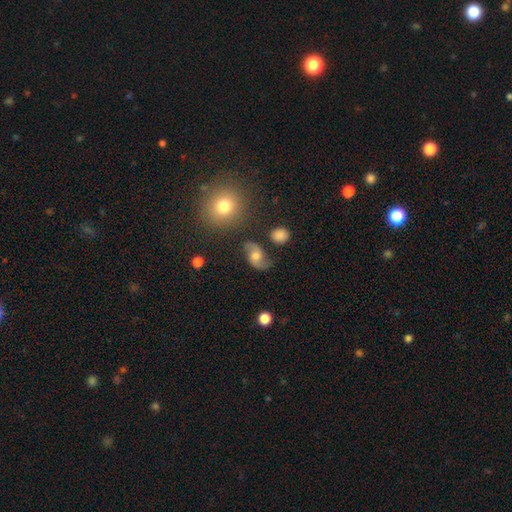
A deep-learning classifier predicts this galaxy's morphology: Overall: featured or disk (60%; smooth 30%). Edge-on disk: no (97%). Bar: no (63%; weak 31%). Spiral arms: yes (89%). Spiral arm count: 2 (91%). Spiral winding: loose (60%; medium 31%). Bulge size: moderate (64%). Merging: none (69%).